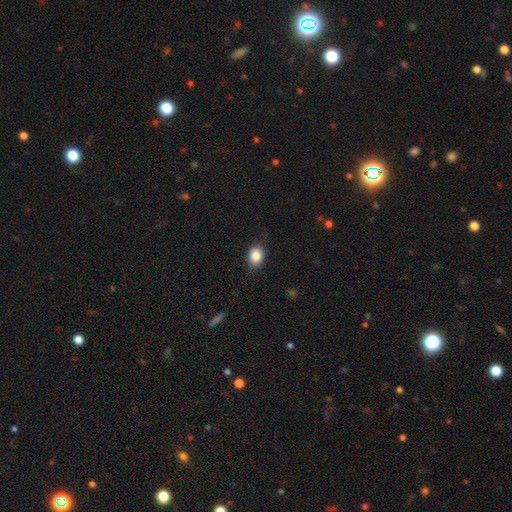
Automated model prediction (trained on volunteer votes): Q: Smooth or featured?
A: smooth (86%); runner-up: star or artifact (9%)
Q: How rounded?
A: in between (63%); runner-up: round (36%)
Q: Merging?
A: none (80%); runner-up: minor disturbance (16%)